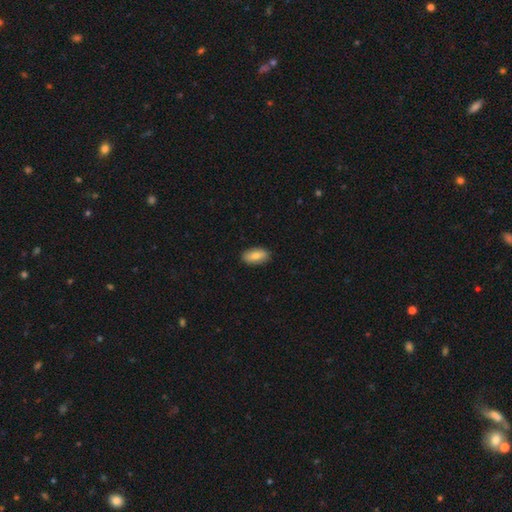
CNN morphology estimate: This is likely a smooth galaxy (76%). How rounded: clearly in between (91%). Merging: clearly none (89%).